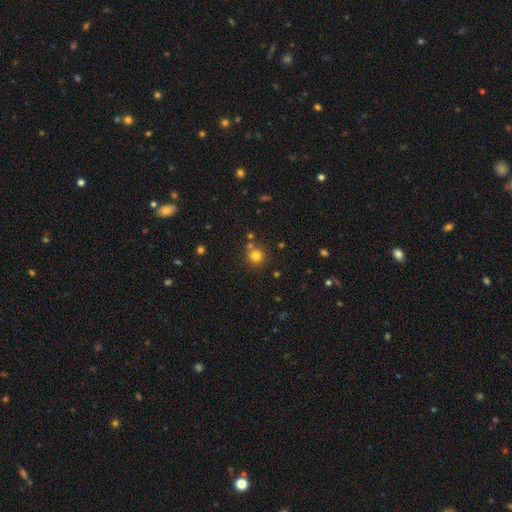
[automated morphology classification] Smooth or featured? Predicted: smooth (p=0.78). How rounded? Predicted: round (p=0.92). Merging? Predicted: none (p=0.75).